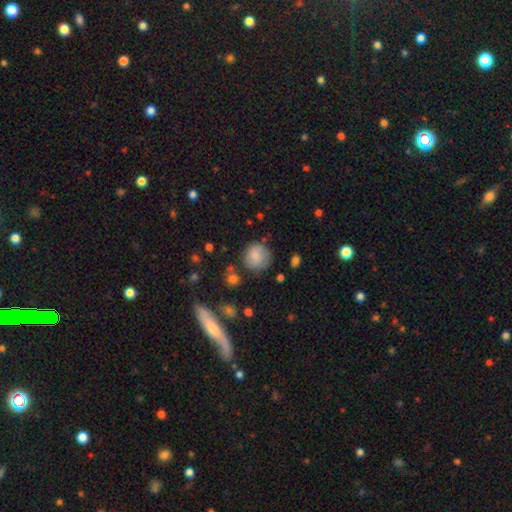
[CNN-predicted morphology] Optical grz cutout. It shows a smooth galaxy with no disk features (81%) that is round (90%). Merging: none (75%).